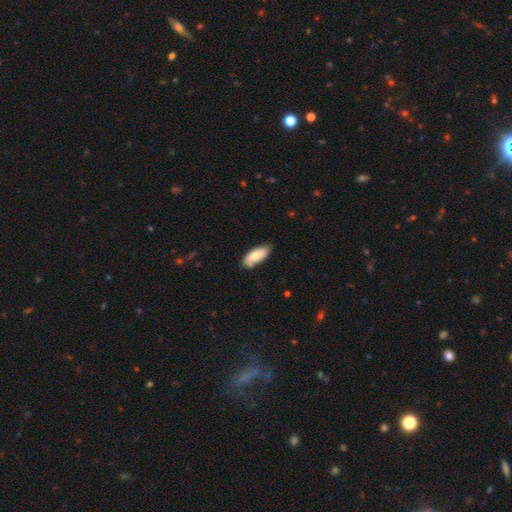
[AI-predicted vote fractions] smooth-or-featured: smooth: 72% | featured or disk: 22% | star or artifact: 6%
  how-rounded: in between: 85% | cigar-shaped: 13% | round: 2%
  merging: none: 74% | minor disturbance: 20% | major disturbance: 3% | merger: 3%